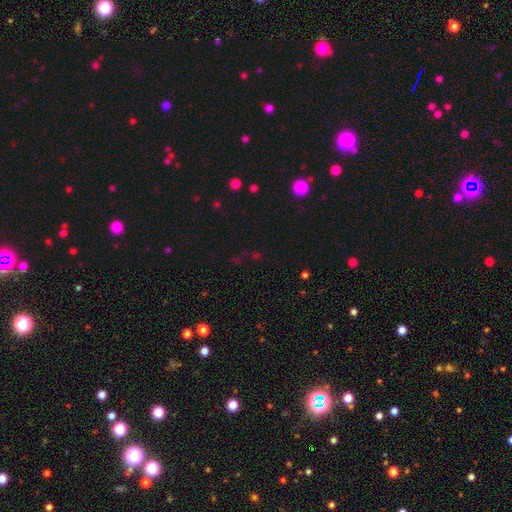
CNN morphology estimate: Smooth or featured? star or artifact (65%)